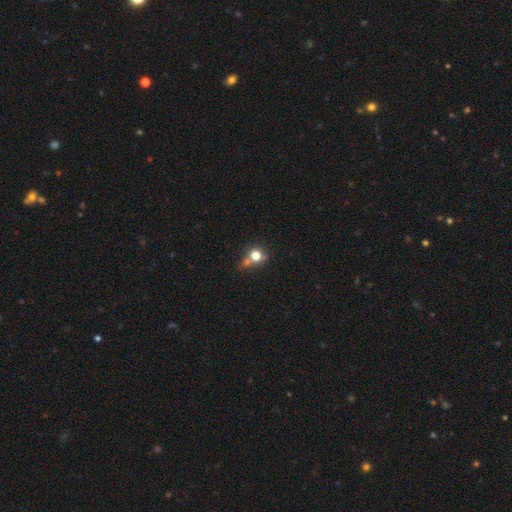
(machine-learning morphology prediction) Overall: smooth (76%). How rounded: round (85%). Merging: none (47%; merger 34%).